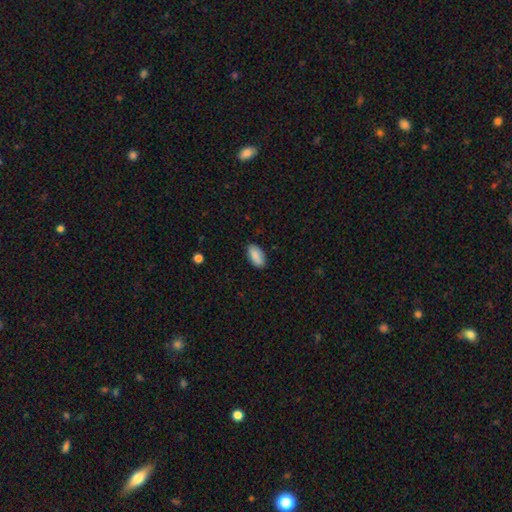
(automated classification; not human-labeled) smooth_or_featured: smooth (p=0.87) [alt: featured or disk p=0.07]
how_rounded: in between (p=0.94) [alt: cigar-shaped p=0.04]
merging: none (p=0.84) [alt: minor disturbance p=0.12]